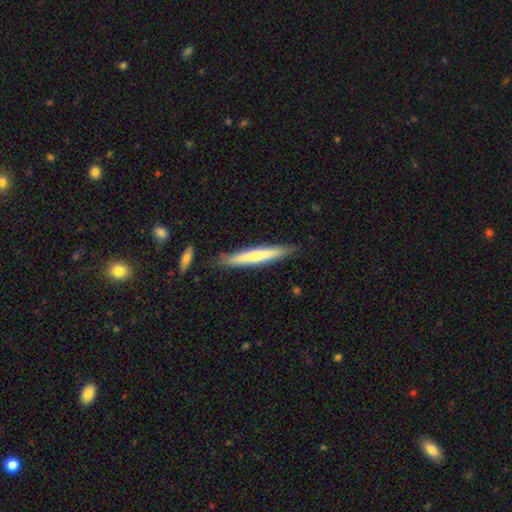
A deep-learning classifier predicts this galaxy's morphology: type=smooth (56%); roundness=cigar-shaped (95%); merging=none (87%).